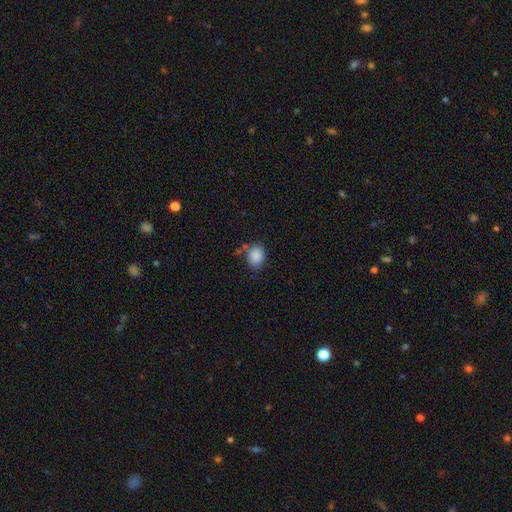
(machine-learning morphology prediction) Smooth or featured? Predicted: smooth (p=0.88). How rounded? Predicted: in between (p=0.53). Merging? Predicted: none (p=0.73).